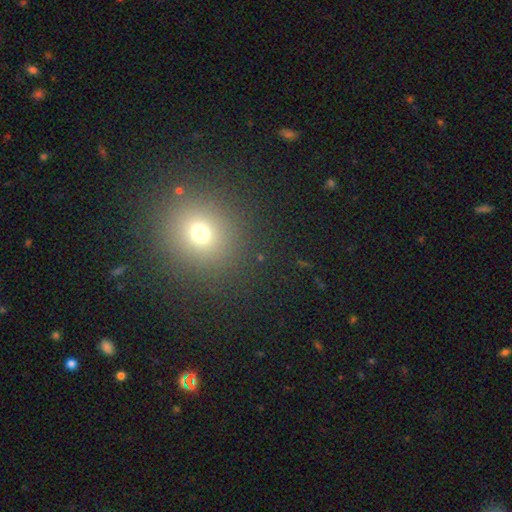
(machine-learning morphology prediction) This is likely a smooth galaxy (66%). How rounded: clearly round (88%). Merging: clearly none (90%).